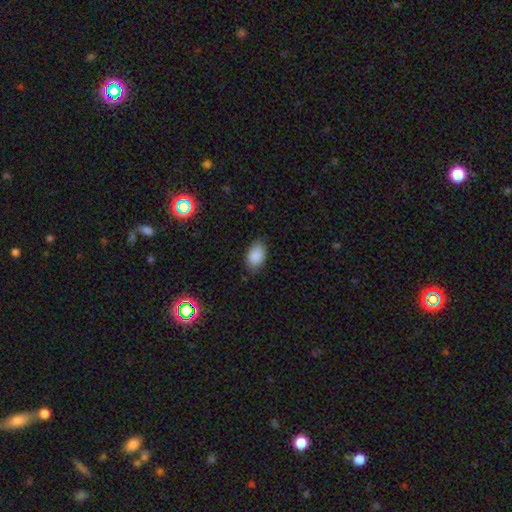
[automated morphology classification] Q: Smooth or featured?
A: smooth (88%); runner-up: star or artifact (8%)
Q: How rounded?
A: in between (89%); runner-up: round (10%)
Q: Merging?
A: none (77%); runner-up: minor disturbance (18%)